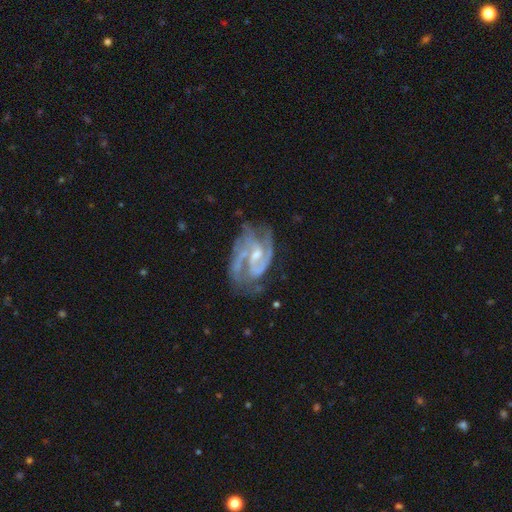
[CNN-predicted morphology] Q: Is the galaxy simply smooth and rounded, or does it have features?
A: featured or disk — 90%.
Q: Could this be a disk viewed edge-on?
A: no — 97%.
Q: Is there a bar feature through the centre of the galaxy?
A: weak — 49%.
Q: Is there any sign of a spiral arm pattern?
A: yes — 97%.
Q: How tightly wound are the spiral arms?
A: medium — 53%.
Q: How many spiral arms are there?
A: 2 — 60%.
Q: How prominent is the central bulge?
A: small — 50%.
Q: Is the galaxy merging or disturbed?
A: none — 61%.